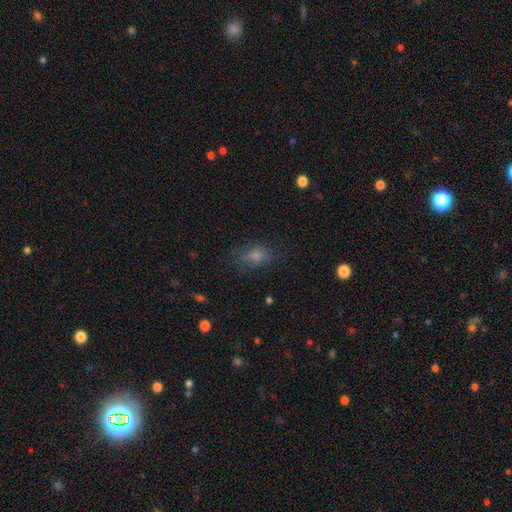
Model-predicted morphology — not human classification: A smooth galaxy with no disk features (73%) that is in between round and cigar-shaped (75%).

Vote fractions:
- Smooth or featured? smooth: 73% / star or artifact: 14% / featured or disk: 12%
- How rounded? in between: 75% / round: 20% / cigar-shaped: 5%
- Merging? none: 69% / minor disturbance: 19% / major disturbance: 10% / merger: 2%